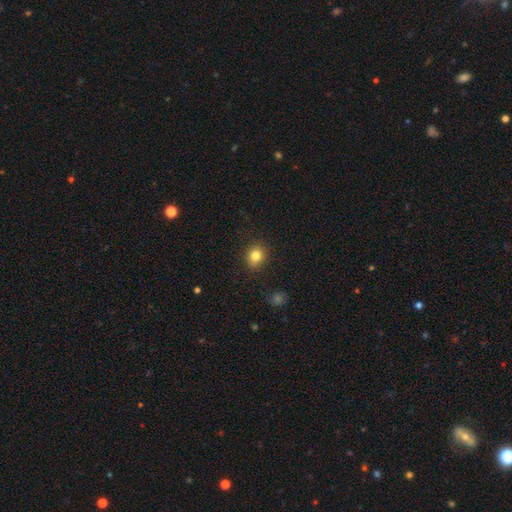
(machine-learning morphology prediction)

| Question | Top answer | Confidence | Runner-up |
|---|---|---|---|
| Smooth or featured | smooth | 82% | star or artifact (11%) |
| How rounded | round | 71% | in between (28%) |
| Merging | none | 87% | minor disturbance (9%) |